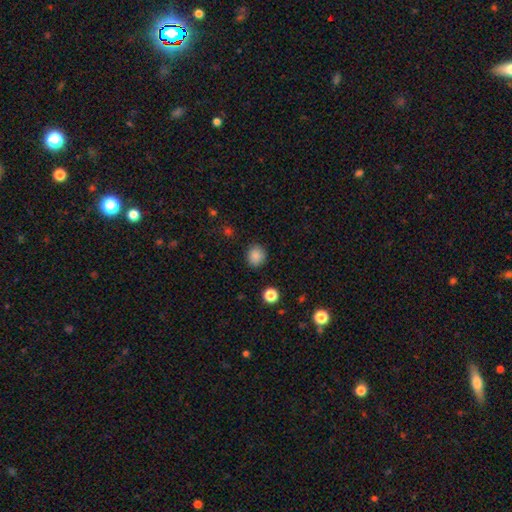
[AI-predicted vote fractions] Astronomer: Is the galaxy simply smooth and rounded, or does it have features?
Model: smooth — 85%.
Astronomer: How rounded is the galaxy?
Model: round — 88%.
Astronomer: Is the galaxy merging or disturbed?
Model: none — 89%.